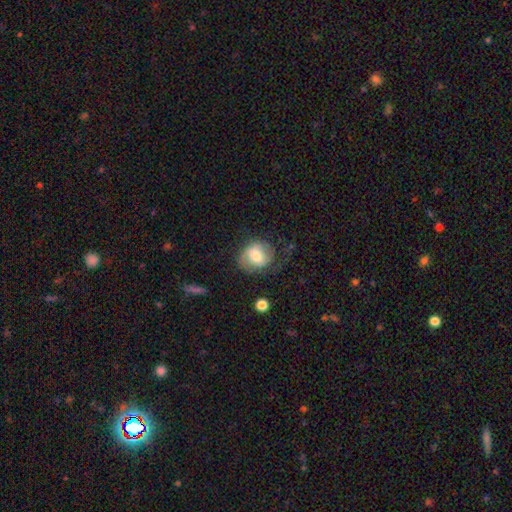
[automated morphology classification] A smooth galaxy with no disk features (52%) that is round (66%).

Vote fractions:
- Smooth or featured? smooth: 52% / featured or disk: 40% / star or artifact: 8%
- How rounded? round: 66% / in between: 33% / cigar-shaped: 1%
- Merging? none: 54% / minor disturbance: 25% / major disturbance: 19% / merger: 2%